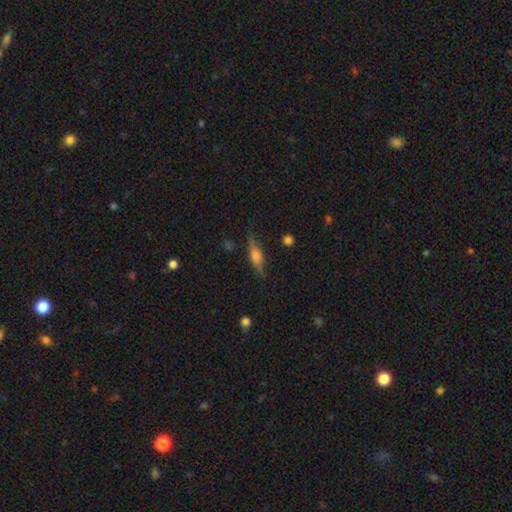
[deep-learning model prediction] Smooth or featured?
  - featured or disk: 46% *
  - smooth: 45%
  - star or artifact: 9%
Merging?
  - none: 79% *
  - minor disturbance: 16%
  - major disturbance: 4%
  - merger: 2%